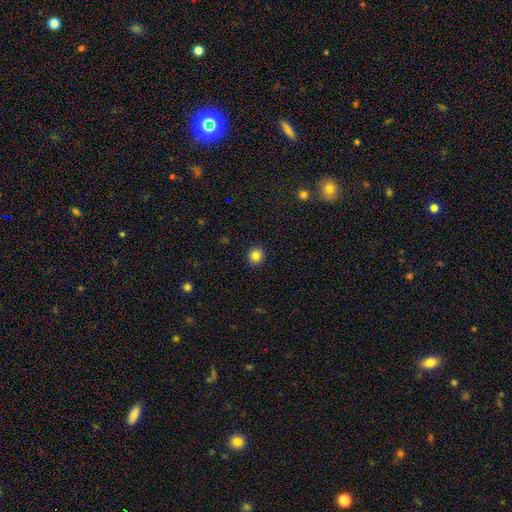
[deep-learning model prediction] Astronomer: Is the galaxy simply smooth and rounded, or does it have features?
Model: smooth — 83%.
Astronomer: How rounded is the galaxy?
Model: round — 91%.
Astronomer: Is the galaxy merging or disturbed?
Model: none — 91%.